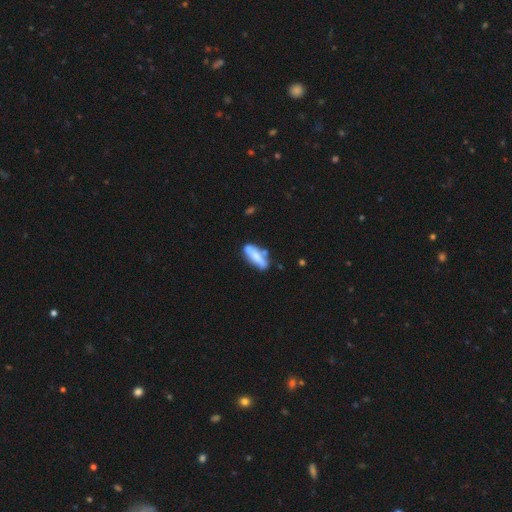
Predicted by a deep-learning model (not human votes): This is likely a smooth galaxy (65%). How rounded: possibly cigar-shaped (57%). Merging: likely none (62%).